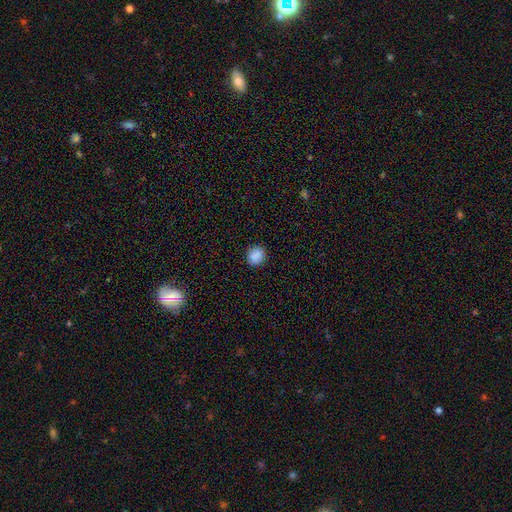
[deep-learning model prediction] smooth 88%, star or artifact 9%, featured or disk 3%. Down the decision tree: how rounded — round (71%); merging — none (89%).